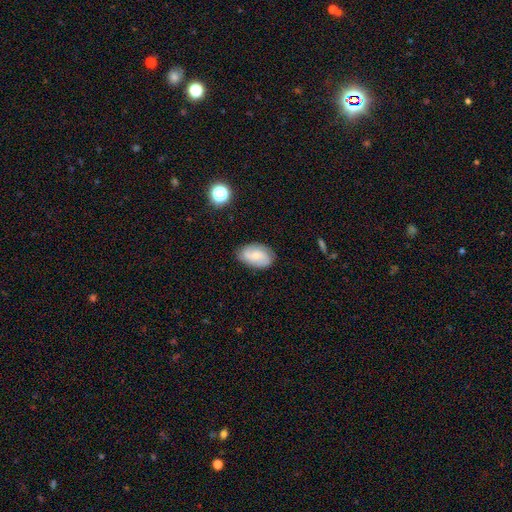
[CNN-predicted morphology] A smooth galaxy with no disk features (50%) that is in between round and cigar-shaped (89%). Merging: none (75%).